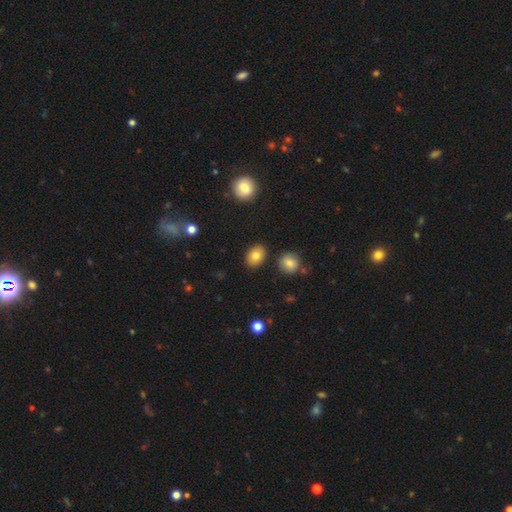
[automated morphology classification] This is clearly a smooth galaxy (81%). How rounded: likely in between (66%). Merging: clearly none (87%).